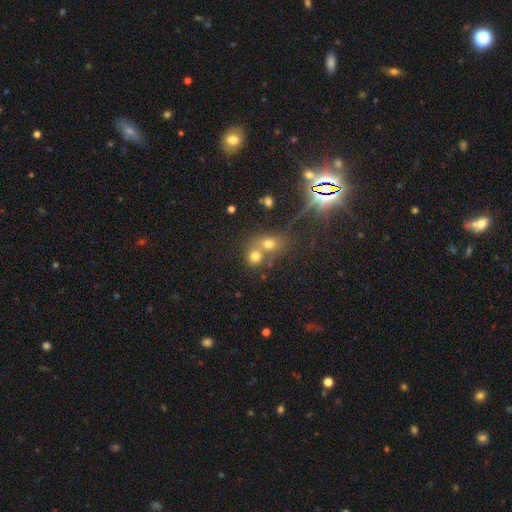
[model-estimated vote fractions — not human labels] This appears to be a smooth galaxy with no disk features (60%) that is round (76%). Merging: merger (54%).